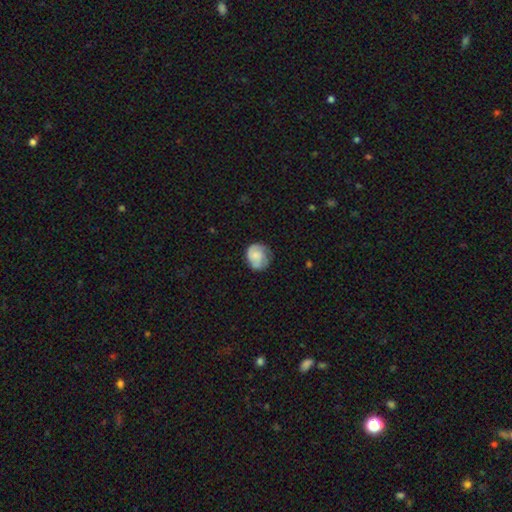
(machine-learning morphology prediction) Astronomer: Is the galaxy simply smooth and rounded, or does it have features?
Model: smooth — 58% (runner-up: featured or disk, 35%).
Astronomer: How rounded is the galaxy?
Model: round — 77%.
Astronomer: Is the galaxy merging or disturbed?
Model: none — 61%.